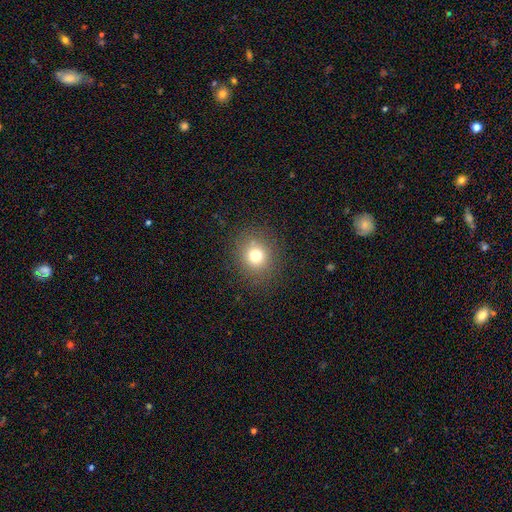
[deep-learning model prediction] This appears to be a smooth galaxy with no disk features (75%) that is round (84%). Merging: none (87%).